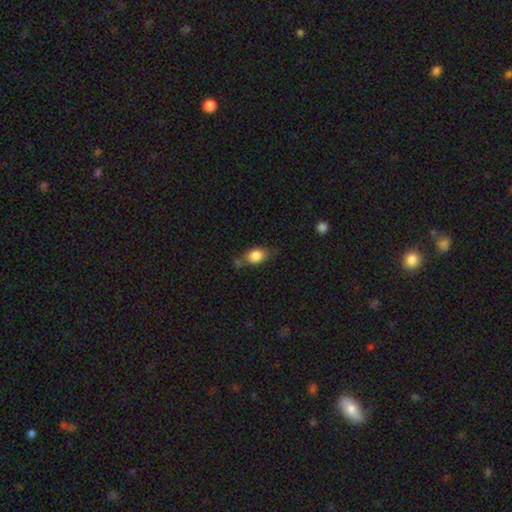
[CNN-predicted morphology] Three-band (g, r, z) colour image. It shows a smooth galaxy with no disk features (82%) that is in between round and cigar-shaped (71%). Merging: none (57%).